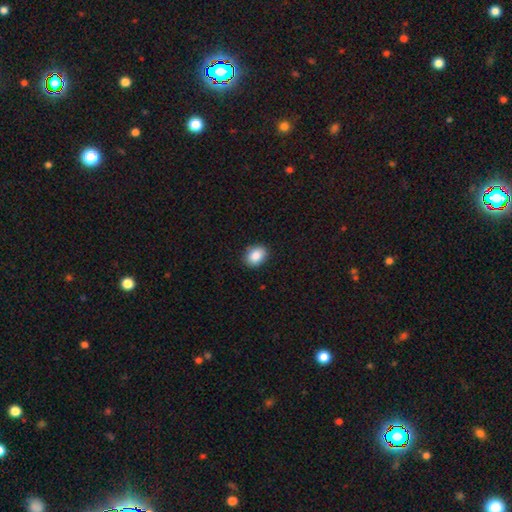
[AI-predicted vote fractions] smooth_or_featured: smooth (p=0.87) [alt: star or artifact p=0.08]
how_rounded: in between (p=0.62) [alt: round p=0.37]
merging: none (p=0.89) [alt: minor disturbance p=0.08]